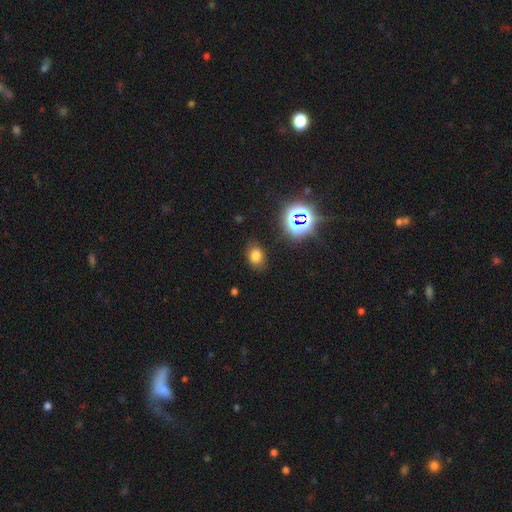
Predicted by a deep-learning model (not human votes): This is likely a smooth galaxy (72%). How rounded: likely in between (69%). Merging: clearly none (82%).